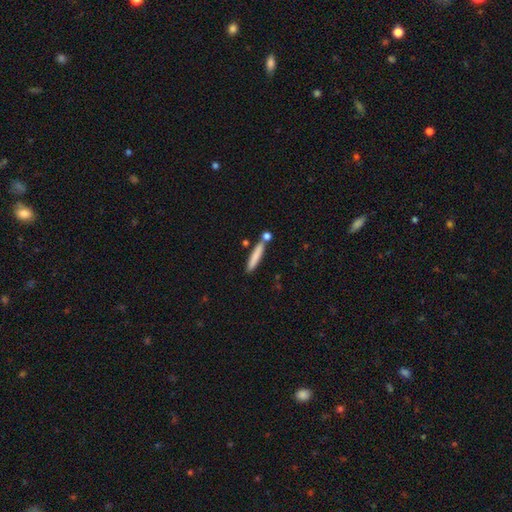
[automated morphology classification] This is likely a smooth galaxy (78%). How rounded: clearly cigar-shaped (91%). Merging: likely none (73%).